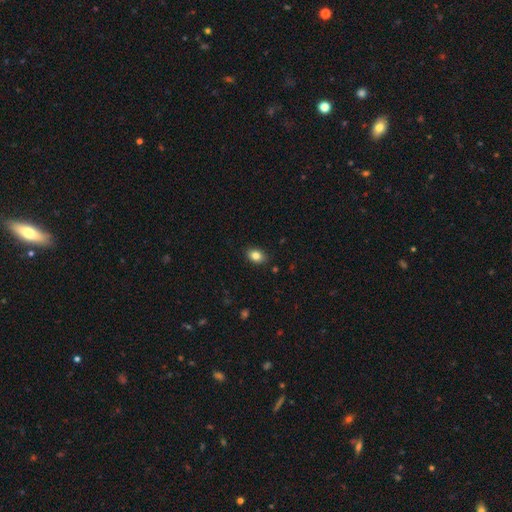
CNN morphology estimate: This is clearly a smooth galaxy (83%). How rounded: likely in between (77%). Merging: clearly none (87%).